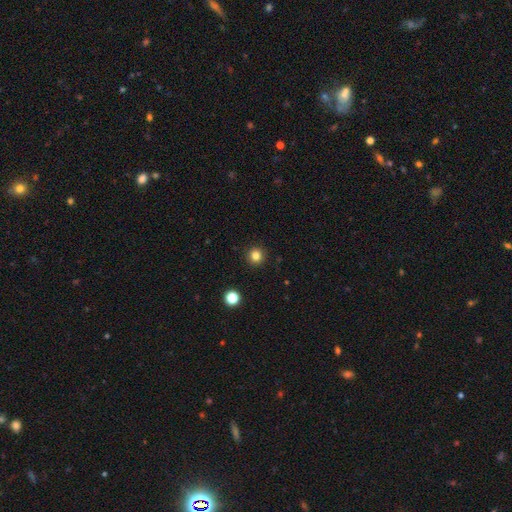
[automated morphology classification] This appears to be a smooth galaxy with no disk features (82%) that is round (95%). Merging: none (93%).